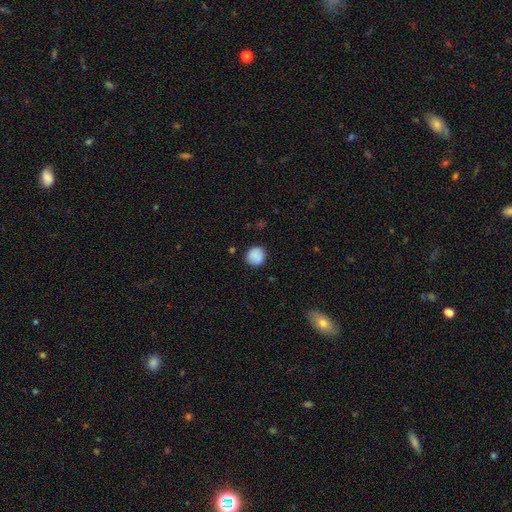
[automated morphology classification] Smooth or featured?
  - smooth: 87% *
  - star or artifact: 8%
  - featured or disk: 5%
How rounded?
  - round: 92% *
  - in between: 7%
  - cigar-shaped: 1%
Merging?
  - none: 85% *
  - minor disturbance: 11%
  - major disturbance: 3%
  - merger: 1%